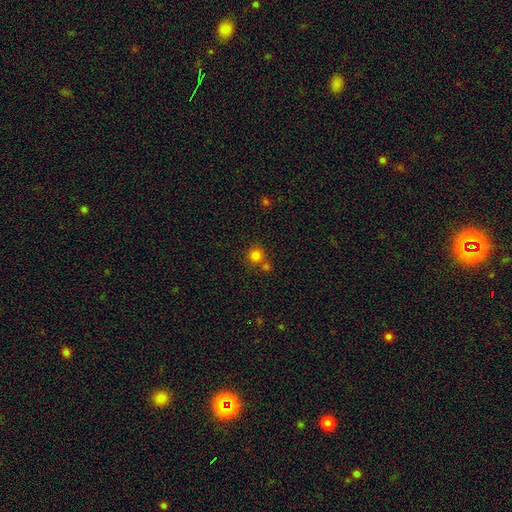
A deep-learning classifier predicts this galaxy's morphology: Smooth or featured? smooth (80%)
How rounded? round (93%)
Merging? none (65%)